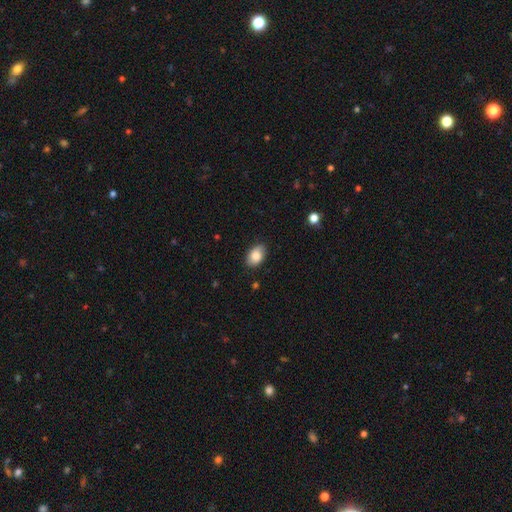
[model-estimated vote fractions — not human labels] Smooth or featured: smooth — 83% (featured or disk — 10%)
How rounded: in between — 87% (round — 11%)
Merging: none — 83% (minor disturbance — 14%)